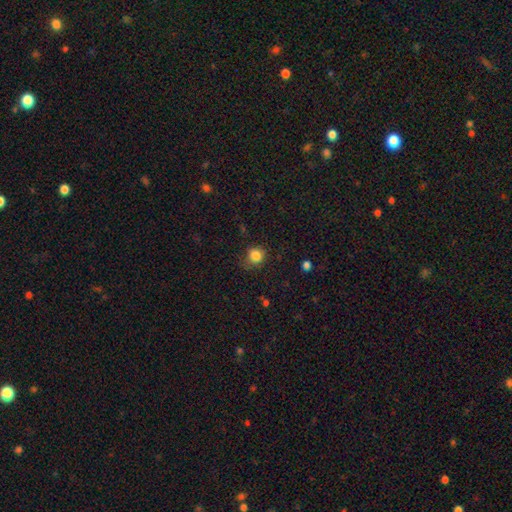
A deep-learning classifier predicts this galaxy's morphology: Overall: smooth (84%). How rounded: round (78%). Merging: none (68%).